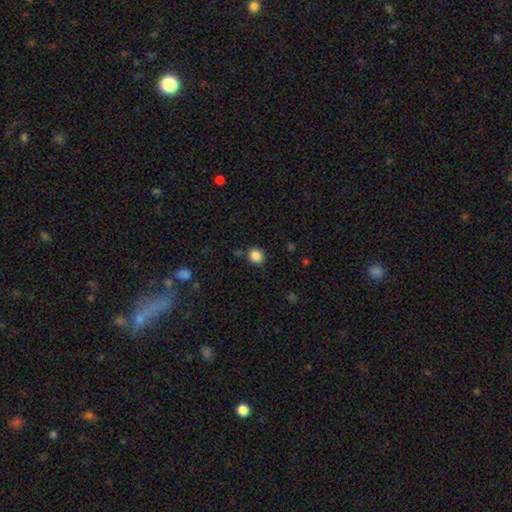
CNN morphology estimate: Overall: smooth (86%). How rounded: round (88%). Merging: none (84%).